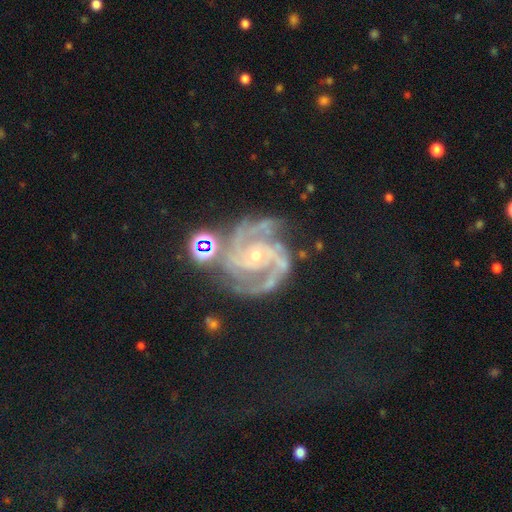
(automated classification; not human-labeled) Smooth or featured? Predicted: featured or disk (p=0.90). Edge-on disk? Predicted: no (p=0.98). Bar? Predicted: no (p=0.62). Spiral arms? Predicted: yes (p=0.99). Spiral winding? Predicted: tight (p=0.53). Spiral arm count? Predicted: 3 (p=0.40). Bulge size? Predicted: small (p=0.66). Merging? Predicted: none (p=0.66).